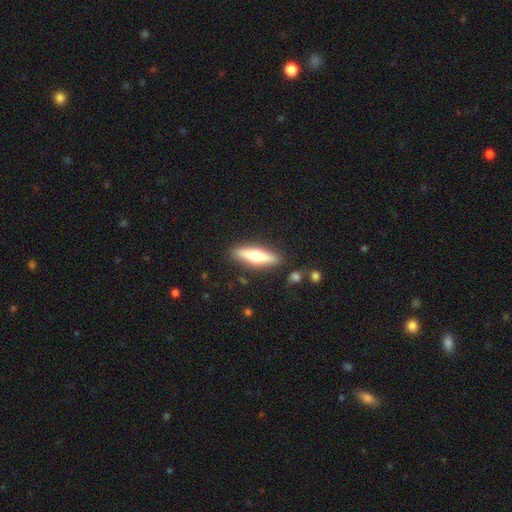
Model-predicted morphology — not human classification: Smooth or featured: smooth — 48% (featured or disk — 47%)
Merging: none — 87% (minor disturbance — 9%)